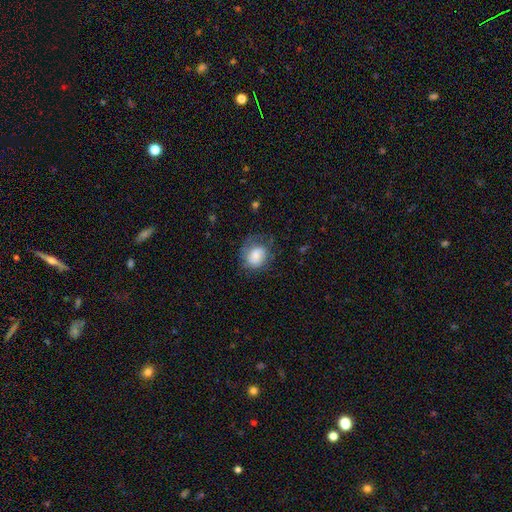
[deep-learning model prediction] A smooth galaxy with no disk features (70%) that is round (57%). Merging: none (49%).